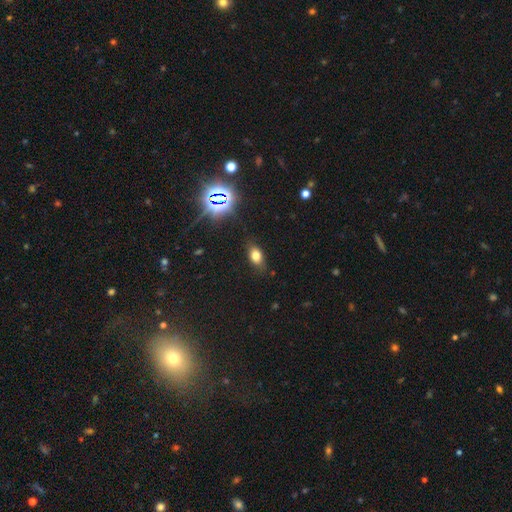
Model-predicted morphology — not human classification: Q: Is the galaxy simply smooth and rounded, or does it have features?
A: smooth — 70%.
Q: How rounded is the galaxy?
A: in between — 83%.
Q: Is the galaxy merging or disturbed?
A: none — 81%.